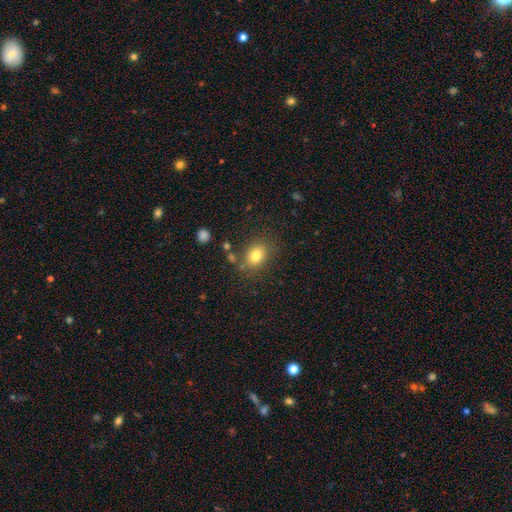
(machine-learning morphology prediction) This is likely a smooth galaxy (79%). How rounded: possibly in between (51%). Merging: likely none (78%).